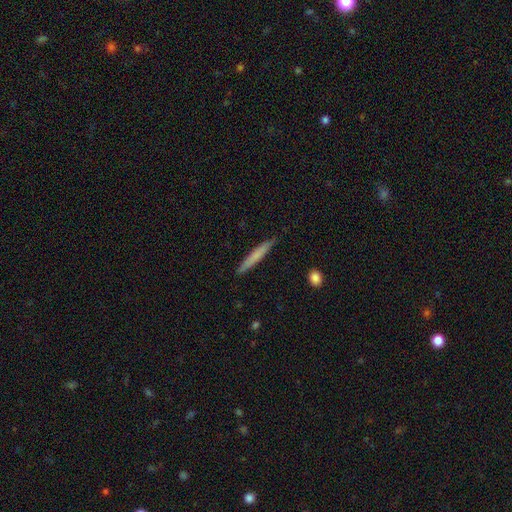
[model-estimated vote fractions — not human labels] A smooth galaxy with no disk features (66%) that is cigar-shaped (96%).

Vote fractions:
- Smooth or featured? smooth: 66% / featured or disk: 28% / star or artifact: 6%
- How rounded? cigar-shaped: 96% / in between: 3% / round: 1%
- Merging? none: 89% / minor disturbance: 9% / major disturbance: 2% / merger: 1%